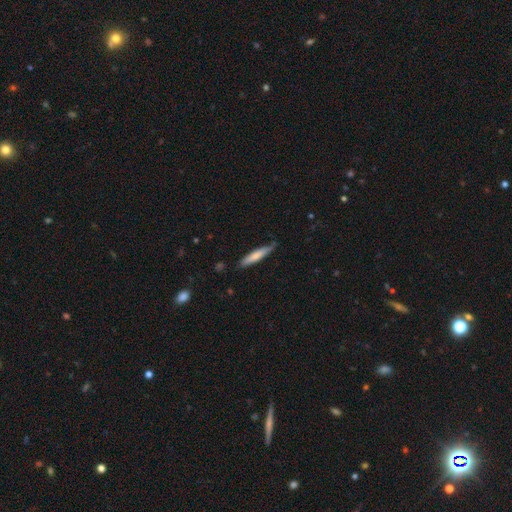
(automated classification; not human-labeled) smooth 72%, featured or disk 23%, star or artifact 5%. Down the decision tree: how rounded — cigar-shaped (90%); merging — none (75%).